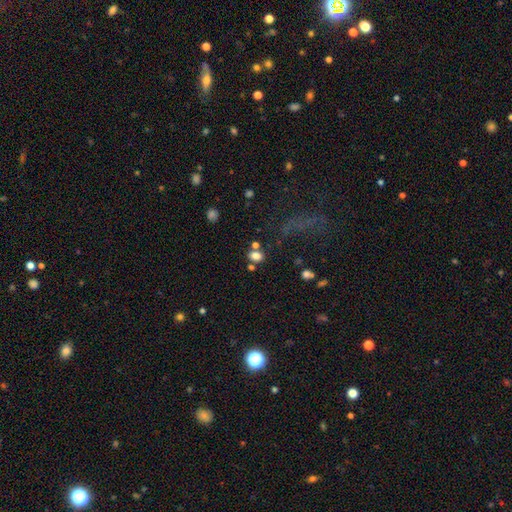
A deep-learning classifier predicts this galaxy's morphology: This is likely a smooth galaxy (79%). How rounded: likely in between (71%). Merging: likely none (65%).